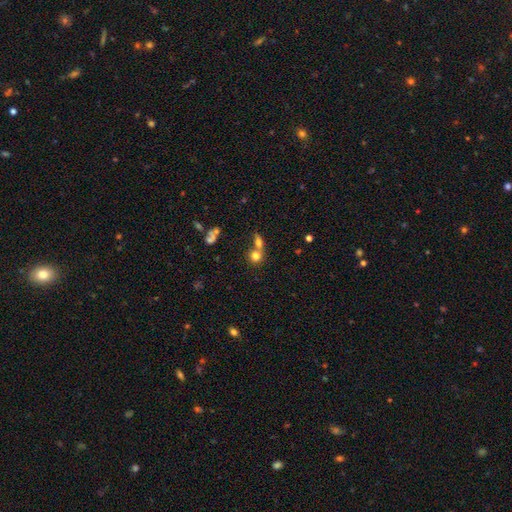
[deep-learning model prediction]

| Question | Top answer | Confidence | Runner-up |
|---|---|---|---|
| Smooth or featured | smooth | 75% | star or artifact (13%) |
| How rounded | round | 82% | in between (16%) |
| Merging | merger | 49% | none (40%) |